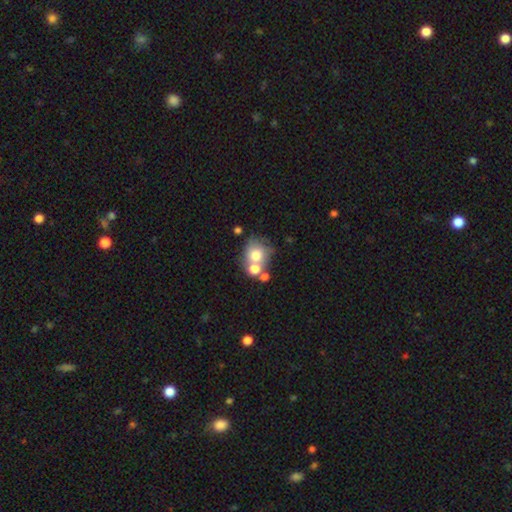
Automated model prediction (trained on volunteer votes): Q: Smooth or featured?
A: smooth (67%); runner-up: featured or disk (22%)
Q: How rounded?
A: round (70%); runner-up: in between (29%)
Q: Merging?
A: merger (44%); runner-up: none (36%)